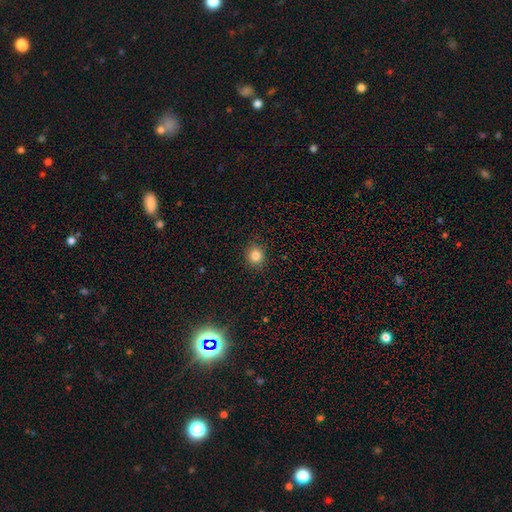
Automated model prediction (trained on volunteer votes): This is clearly a smooth galaxy (82%). How rounded: clearly round (86%). Merging: clearly none (90%).